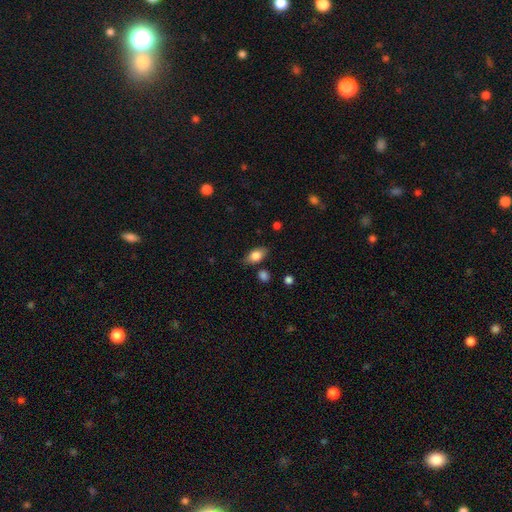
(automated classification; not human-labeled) Smooth or featured? Predicted: smooth (p=0.80). How rounded? Predicted: in between (p=0.87). Merging? Predicted: none (p=0.78).